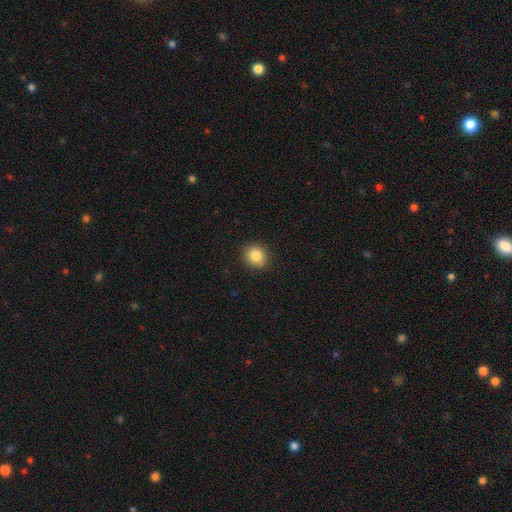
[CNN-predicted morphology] Smooth or featured? Predicted: smooth (p=0.85). How rounded? Predicted: round (p=0.80). Merging? Predicted: none (p=0.90).